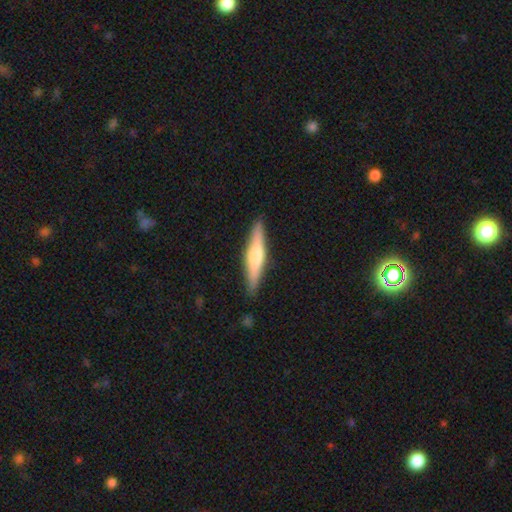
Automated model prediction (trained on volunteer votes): Smooth or featured? Predicted: featured or disk (p=0.53). Edge-on disk? Predicted: yes (p=0.96). Edge-on bulge? Predicted: rounded (p=0.73). Merging? Predicted: none (p=0.89).